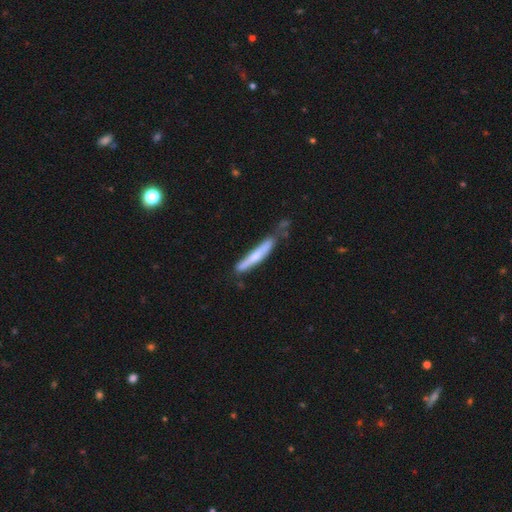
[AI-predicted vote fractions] Smooth or featured? Predicted: smooth (p=0.53). How rounded? Predicted: cigar-shaped (p=0.94). Merging? Predicted: none (p=0.58).